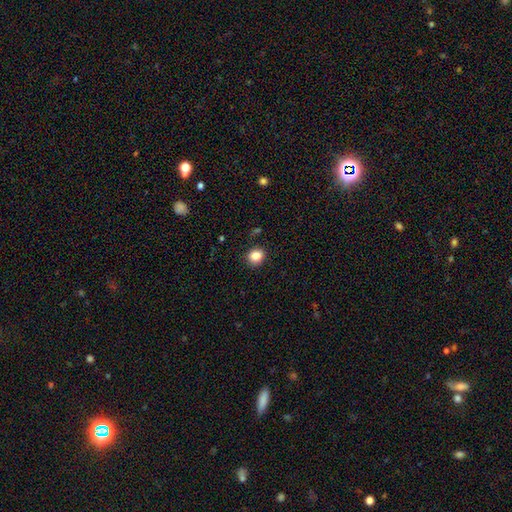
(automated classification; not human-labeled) Q: Smooth or featured?
A: smooth (85%); runner-up: star or artifact (10%)
Q: How rounded?
A: round (76%); runner-up: in between (23%)
Q: Merging?
A: none (89%); runner-up: minor disturbance (8%)